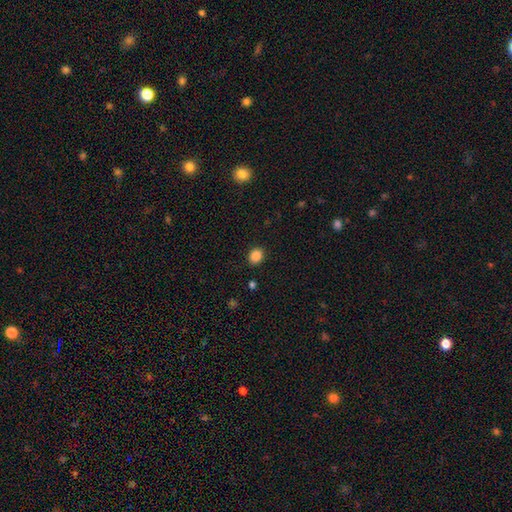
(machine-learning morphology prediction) Smooth or featured? smooth (86%)
How rounded? round (53%)
Merging? none (88%)